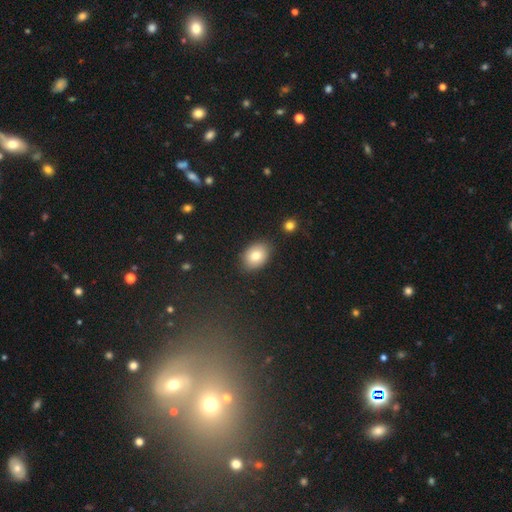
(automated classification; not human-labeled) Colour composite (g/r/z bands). It shows a smooth galaxy with no disk features (81%) that is in between round and cigar-shaped (73%). Merging: none (85%).